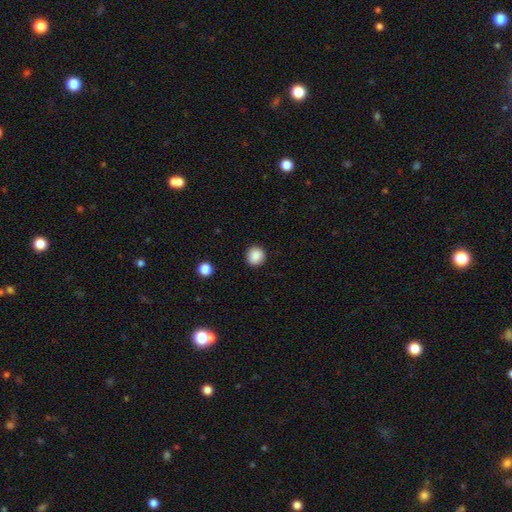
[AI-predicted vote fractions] The model was most divided on "smooth or featured": smooth: 88%, star or artifact: 9%, featured or disk: 3%. More confident: how rounded — round (91%); merging — none (91%).